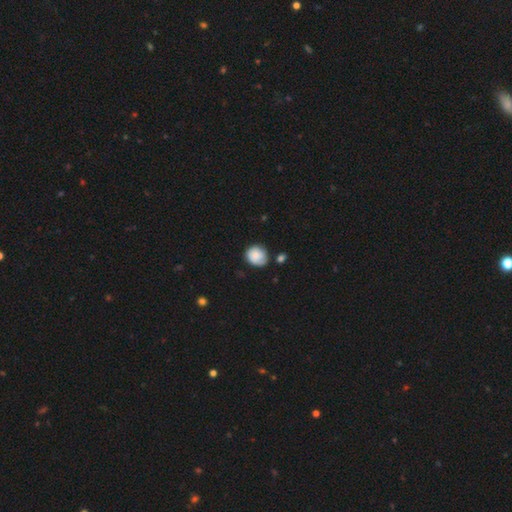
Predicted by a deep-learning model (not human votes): A smooth galaxy with no disk features (78%) that is round (75%). Merging: none (61%).